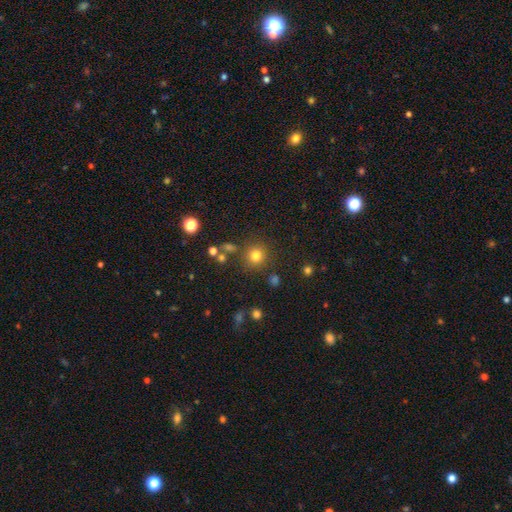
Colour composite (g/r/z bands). It shows a smooth galaxy with no disk features (87%) that is round (94%). Merging: none (91%).